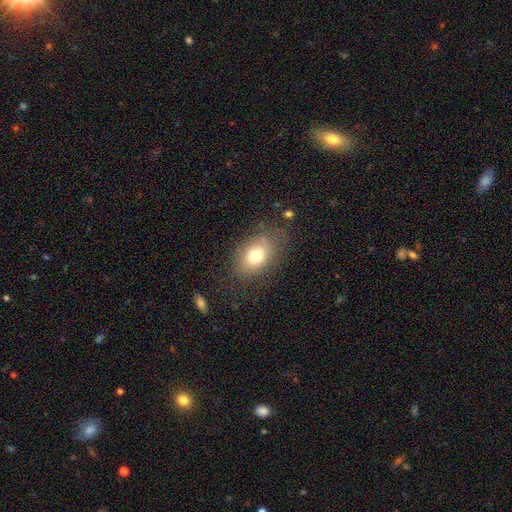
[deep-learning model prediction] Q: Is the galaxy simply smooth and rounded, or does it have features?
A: smooth — 75%.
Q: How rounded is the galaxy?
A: in between — 80%.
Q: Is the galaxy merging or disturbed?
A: none — 74%.